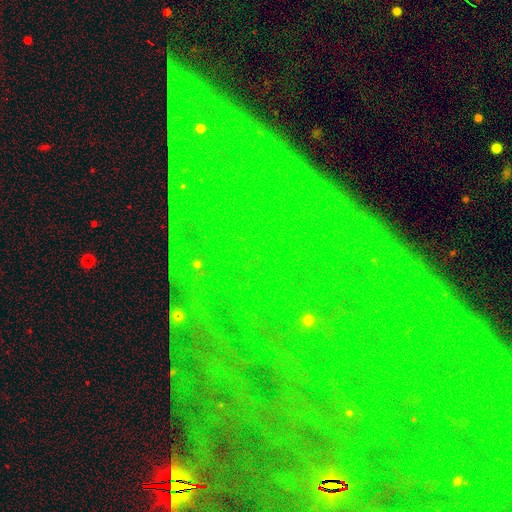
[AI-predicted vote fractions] star or artifact 86%, featured or disk 8%, smooth 6%.